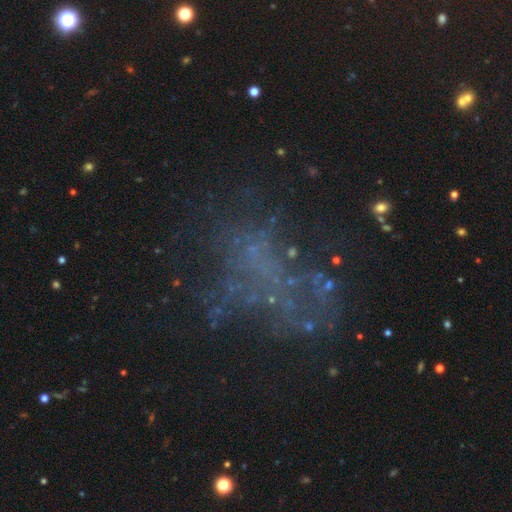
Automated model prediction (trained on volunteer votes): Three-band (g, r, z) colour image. It shows a featured or disk galaxy (41%). Merging: none (48%).